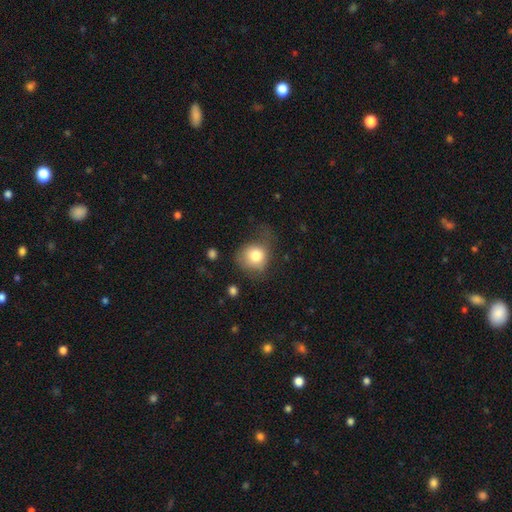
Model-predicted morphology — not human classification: A smooth galaxy with no disk features (78%) that is round (75%).

Vote fractions:
- Smooth or featured? smooth: 78% / featured or disk: 12% / star or artifact: 10%
- How rounded? round: 75% / in between: 24% / cigar-shaped: 1%
- Merging? none: 42% / minor disturbance: 32% / major disturbance: 23% / merger: 3%